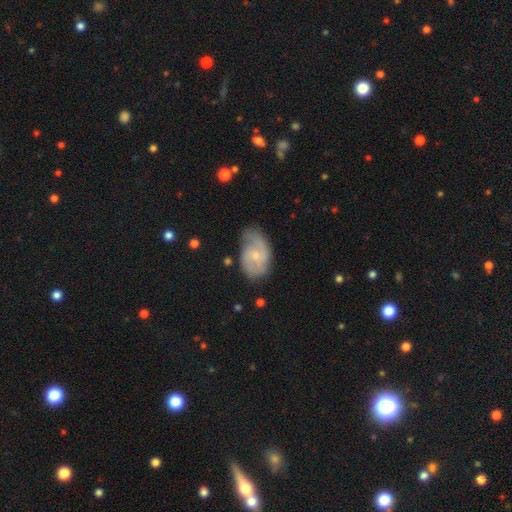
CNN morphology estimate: This is likely a featured or disk galaxy (64%). It is clearly not viewed edge-on (96%). Bar: likely no (62%). Spiral arm pattern: clearly yes (85%). Spiral arm count: possibly 2 (56%). Spiral winding: marginally medium (44%). Central bulge: likely small (69%). Merging: possibly none (58%).